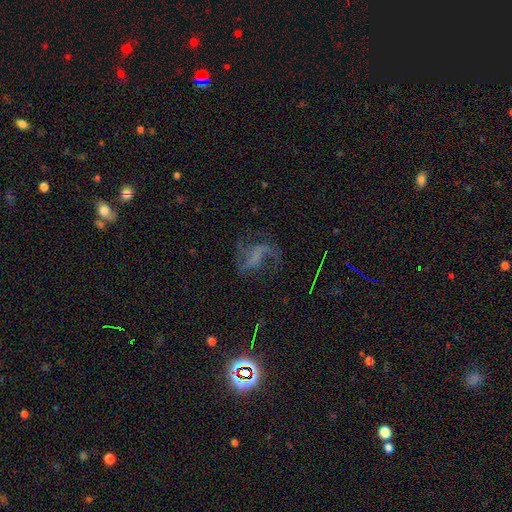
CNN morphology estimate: Smooth or featured?
  - featured or disk: 66% *
  - star or artifact: 20%
  - smooth: 15%
Edge-on disk?
  - no: 96% *
  - yes: 4%
Bar?
  - weak: 37% *
  - no: 34%
  - strong: 29%
Spiral arms?
  - yes: 85% *
  - no: 15%
Spiral winding?
  - loose: 60% *
  - medium: 31%
  - tight: 8%
Spiral arm count?
  - 2: 71% *
  - 1: 10%
  - can't tell: 10%
  - 3: 5%
  - 4: 2%
  - more than 4: 2%
Bulge size?
  - none: 69% *
  - small: 16%
  - moderate: 9%
  - large: 5%
  - dominant: 2%
Merging?
  - none: 53% *
  - major disturbance: 28%
  - minor disturbance: 16%
  - merger: 3%